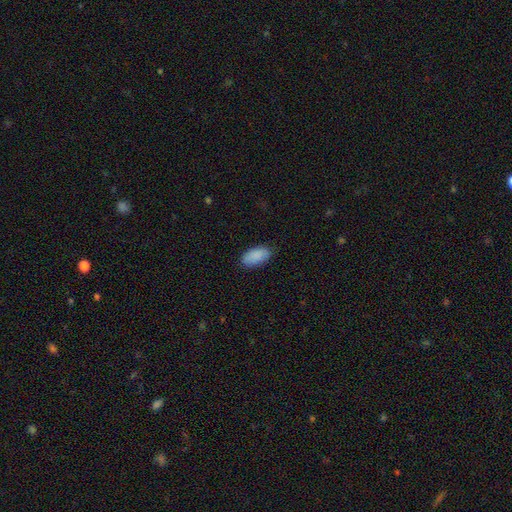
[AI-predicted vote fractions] A smooth galaxy with no disk features (89%) that is in between round and cigar-shaped (94%).

Vote fractions:
- Smooth or featured? smooth: 89% / star or artifact: 6% / featured or disk: 4%
- How rounded? in between: 94% / cigar-shaped: 3% / round: 3%
- Merging? none: 85% / minor disturbance: 12% / major disturbance: 2% / merger: 1%